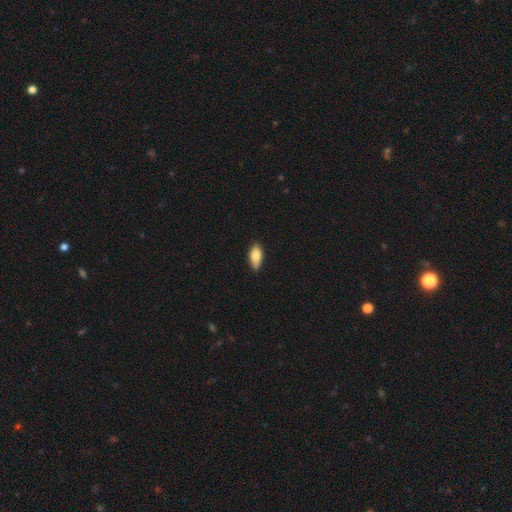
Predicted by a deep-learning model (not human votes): This is clearly a smooth galaxy (80%). How rounded: clearly in between (85%). Merging: likely none (76%).